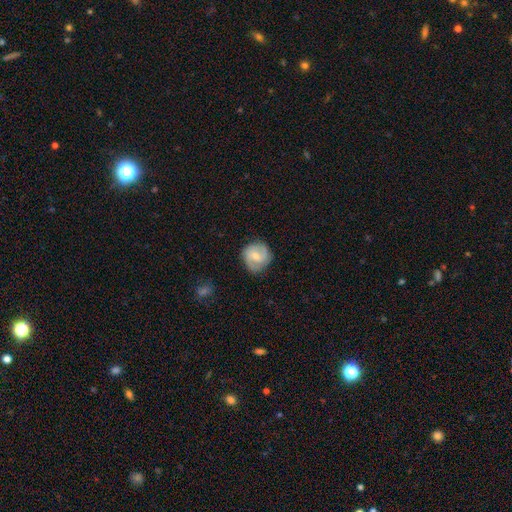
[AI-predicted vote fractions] Q: Smooth or featured?
A: featured or disk (59%); runner-up: smooth (34%)
Q: Edge-on disk?
A: no (98%); runner-up: yes (2%)
Q: Bar?
A: weak (53%); runner-up: no (34%)
Q: Spiral arms?
A: yes (90%); runner-up: no (10%)
Q: Spiral winding?
A: medium (46%); runner-up: tight (38%)
Q: Spiral arm count?
A: 2 (77%); runner-up: can't tell (12%)
Q: Bulge size?
A: small (45%); runner-up: moderate (43%)
Q: Merging?
A: none (78%); runner-up: minor disturbance (16%)